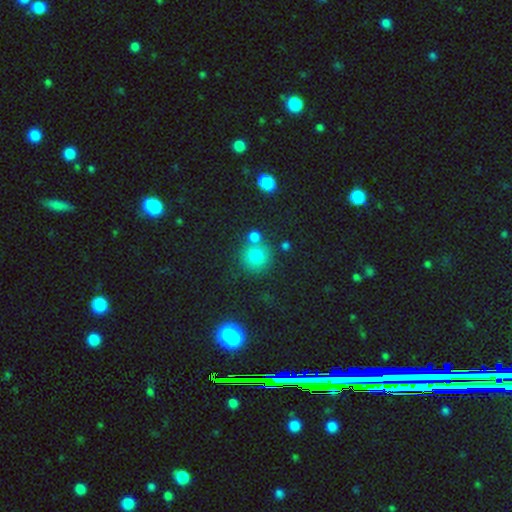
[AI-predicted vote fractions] Smooth or featured?
  - smooth: 73% *
  - star or artifact: 18%
  - featured or disk: 9%
How rounded?
  - round: 87% *
  - in between: 12%
  - cigar-shaped: 1%
Merging?
  - none: 63% *
  - merger: 24%
  - minor disturbance: 10%
  - major disturbance: 4%